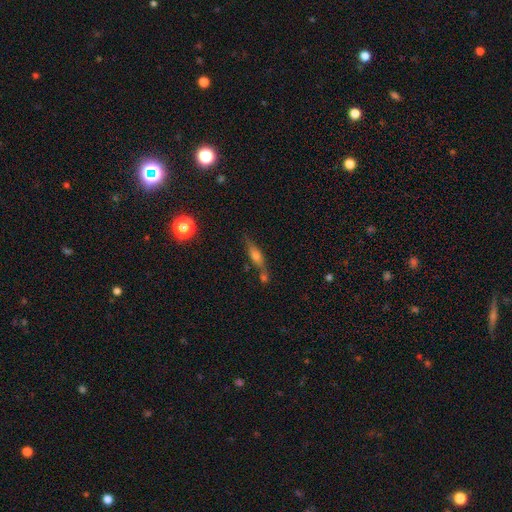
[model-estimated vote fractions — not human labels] Smooth or featured?
  - featured or disk: 46% *
  - smooth: 37%
  - star or artifact: 16%
Merging?
  - none: 66% *
  - minor disturbance: 15%
  - merger: 14%
  - major disturbance: 6%